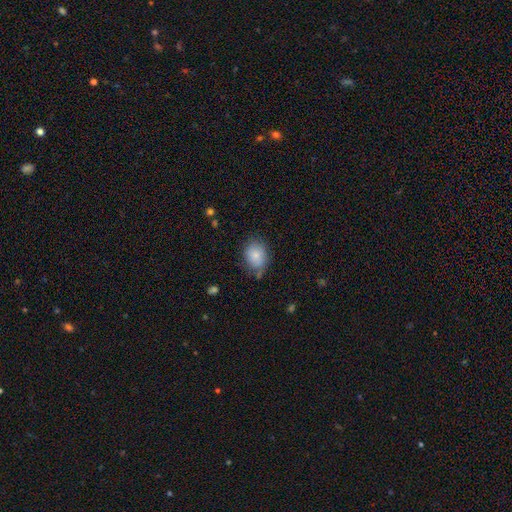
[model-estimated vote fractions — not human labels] Smooth or featured: smooth — 82% (featured or disk — 10%)
How rounded: in between — 58% (round — 41%)
Merging: none — 64% (minor disturbance — 26%)